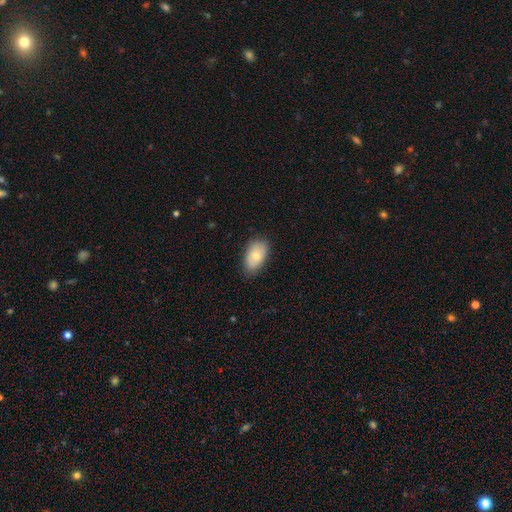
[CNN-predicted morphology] Overall: smooth (74%). How rounded: in between (92%). Merging: none (80%).